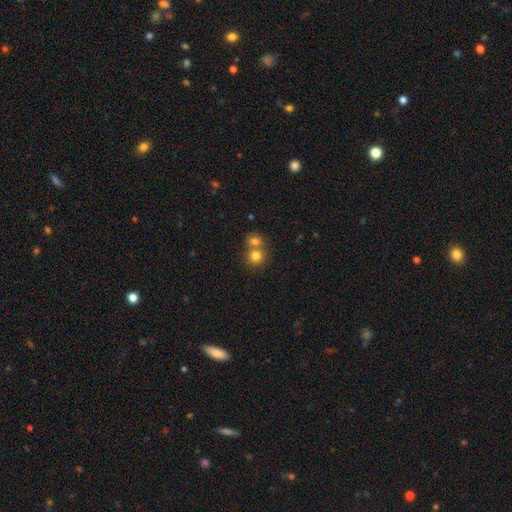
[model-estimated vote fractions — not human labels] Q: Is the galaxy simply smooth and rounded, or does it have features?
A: smooth — 79%.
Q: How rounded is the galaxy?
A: round — 84%.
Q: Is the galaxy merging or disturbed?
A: merger — 48%.